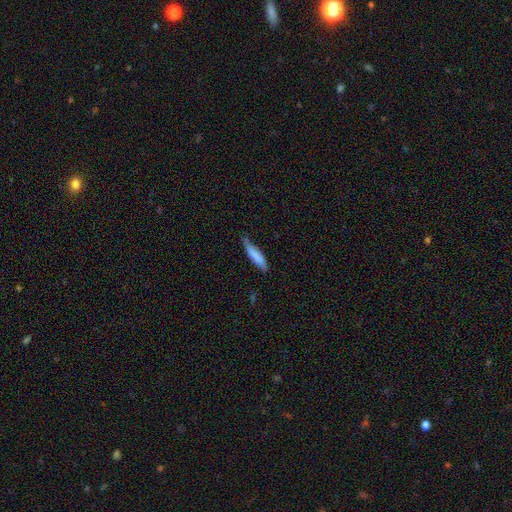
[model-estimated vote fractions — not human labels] Overall: smooth (78%). How rounded: cigar-shaped (76%). Merging: none (62%; minor disturbance 31%).